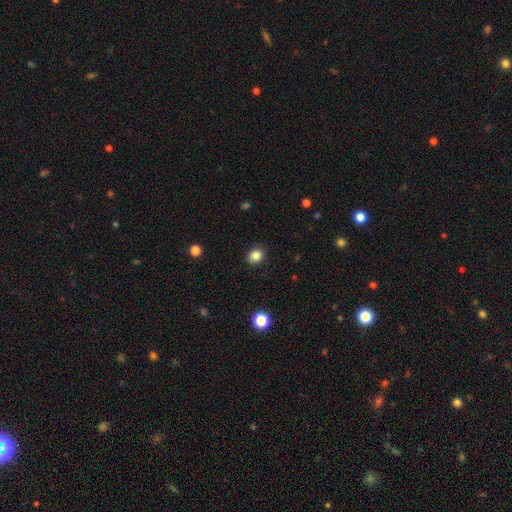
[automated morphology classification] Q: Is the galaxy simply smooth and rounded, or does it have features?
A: smooth — 84%.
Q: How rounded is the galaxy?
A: round — 73%.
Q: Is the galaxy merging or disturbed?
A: none — 91%.